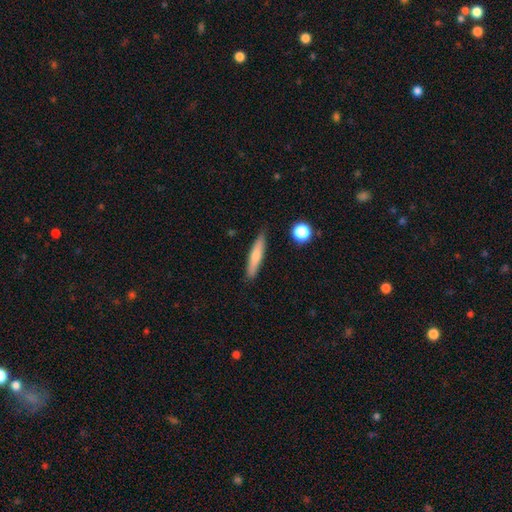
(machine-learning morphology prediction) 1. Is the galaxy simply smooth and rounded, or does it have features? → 68% smooth, 25% featured or disk, 6% star or artifact.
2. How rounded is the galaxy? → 89% cigar-shaped, 9% in between, 2% round.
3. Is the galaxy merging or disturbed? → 87% none, 10% minor disturbance, 2% major disturbance, 2% merger.